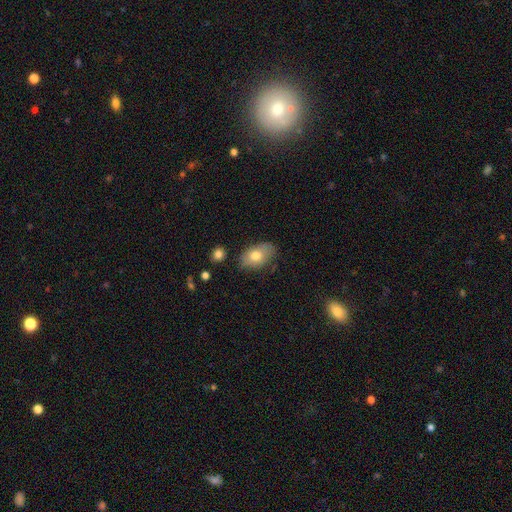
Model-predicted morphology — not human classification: Overall: smooth (74%). How rounded: in between (90%). Merging: none (75%).